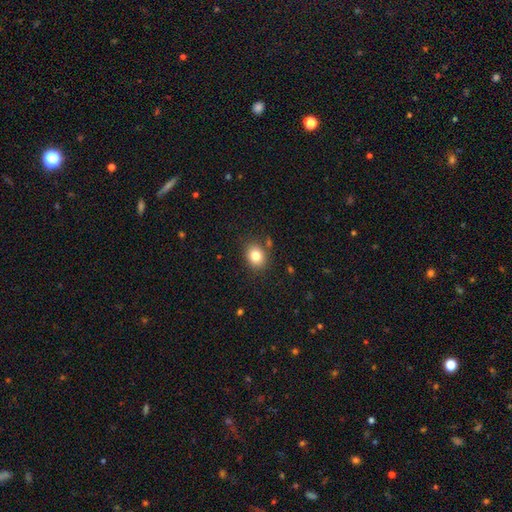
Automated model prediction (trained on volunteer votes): The model was most divided on "how rounded": round: 53%, in between: 46%, cigar-shaped: 1%. More confident: merging — none (82%); smooth or featured — smooth (81%).